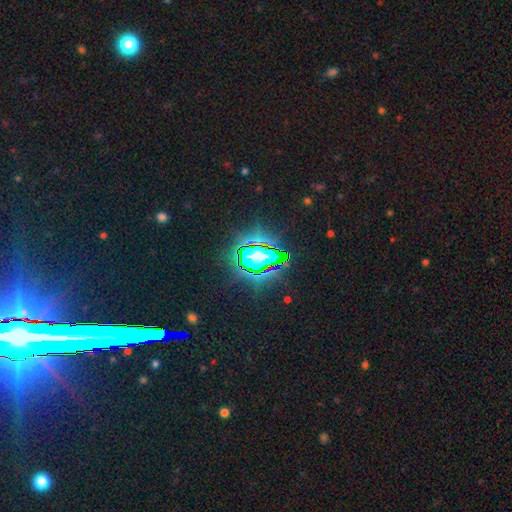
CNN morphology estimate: smooth-or-featured: star or artifact: 74% | smooth: 15% | featured or disk: 11%